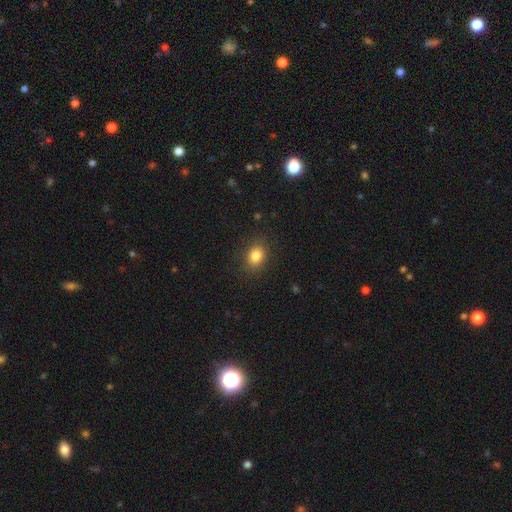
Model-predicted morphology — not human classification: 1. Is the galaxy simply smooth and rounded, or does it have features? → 83% smooth, 11% star or artifact, 6% featured or disk.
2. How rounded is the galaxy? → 52% in between, 47% round, 1% cigar-shaped.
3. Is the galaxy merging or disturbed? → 86% none, 10% minor disturbance, 3% major disturbance, 1% merger.